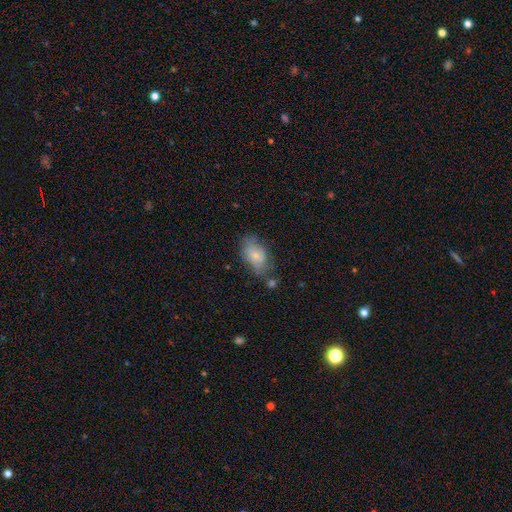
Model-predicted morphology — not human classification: The model was most divided on "merging": none: 56%, minor disturbance: 27%, major disturbance: 10%, merger: 7%. More confident: how rounded — in between (91%); smooth or featured — smooth (75%).